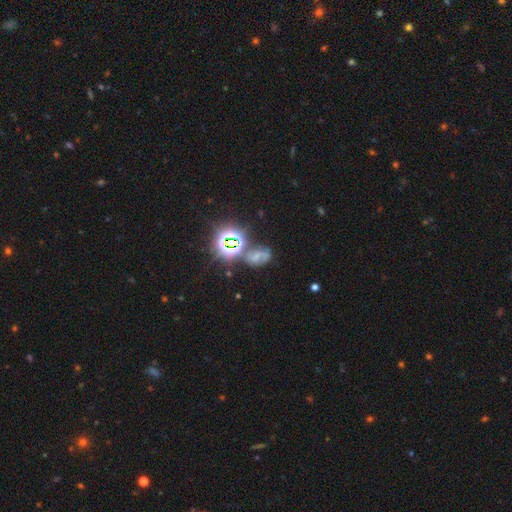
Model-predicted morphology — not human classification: Q: Smooth or featured?
A: star or artifact (47%); runner-up: featured or disk (30%)